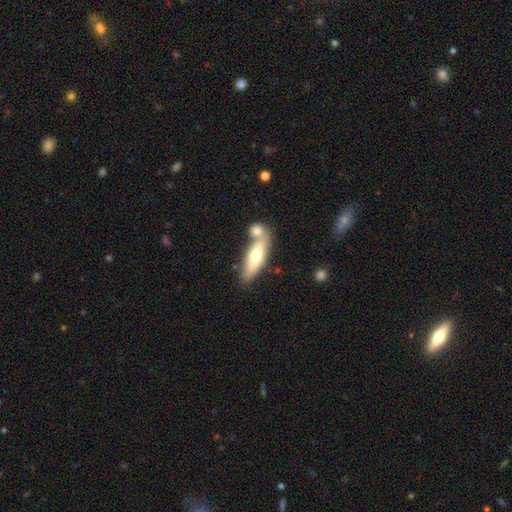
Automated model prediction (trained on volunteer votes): This appears to be a smooth galaxy with no disk features (61%) that is in between round and cigar-shaped (49%, tied with cigar-shaped). Merging: none (51%).